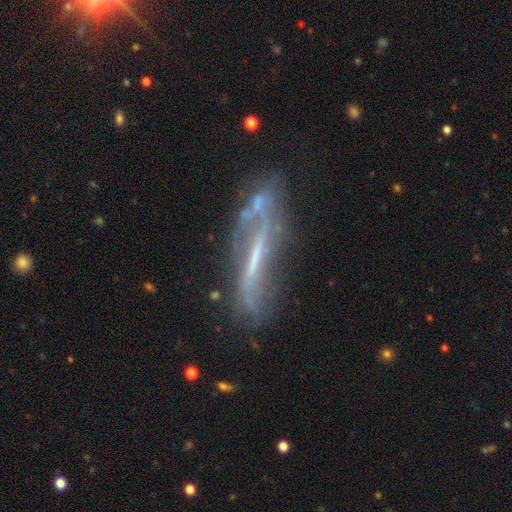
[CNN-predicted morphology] A featured or disk galaxy (71%).

Vote fractions:
- Smooth or featured? featured or disk: 71% / smooth: 19% / star or artifact: 10%
- Edge-on disk? no: 52% / yes: 48%
- Merging? none: 55% / minor disturbance: 23% / major disturbance: 14% / merger: 8%